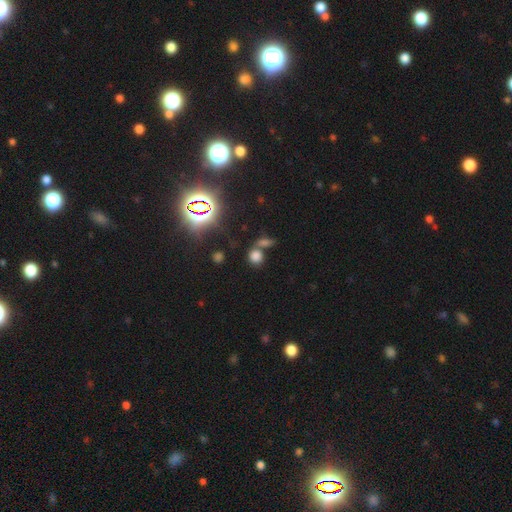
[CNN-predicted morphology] The model was most divided on "merging": none: 49%, merger: 36%, minor disturbance: 10%, major disturbance: 5%. More confident: how rounded — round (74%); smooth or featured — smooth (66%).